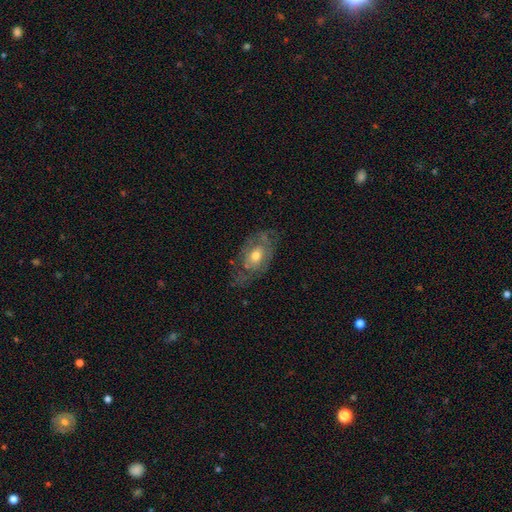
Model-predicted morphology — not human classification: smooth_or_featured: featured or disk (p=0.58) [alt: smooth p=0.34]
disk_edge_on: no (p=0.92) [alt: yes p=0.08]
bar: no (p=0.79) [alt: weak p=0.18]
has_spiral_arms: yes (p=0.50) [tied with: no p=0.50]
bulge_size: moderate (p=0.70) [alt: small p=0.15]
merging: none (p=0.54) [alt: minor disturbance p=0.26]